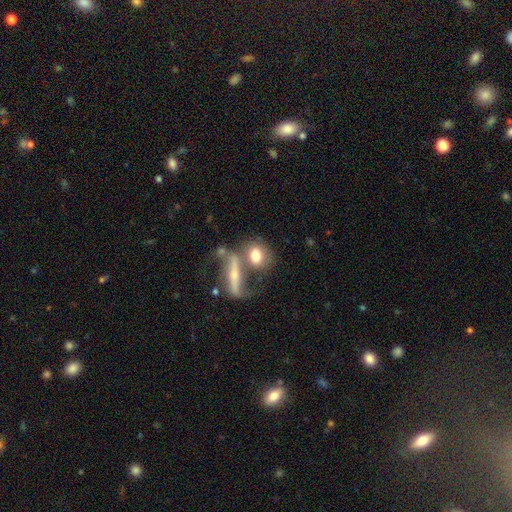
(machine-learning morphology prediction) Smooth or featured: smooth — 65% (featured or disk — 26%)
How rounded: in between — 46% (tied with round — 46%)
Merging: none — 42% (merger — 36%)